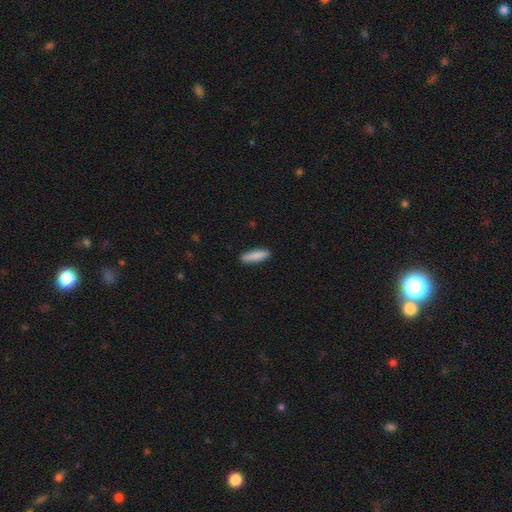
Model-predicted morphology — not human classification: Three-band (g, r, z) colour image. It shows a smooth galaxy with no disk features (88%) that is cigar-shaped (70%). Merging: none (89%).